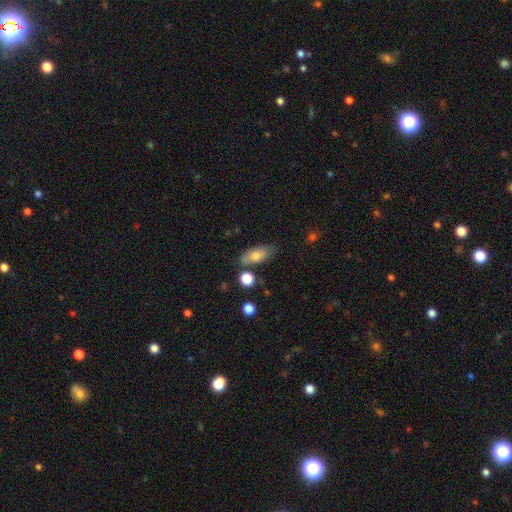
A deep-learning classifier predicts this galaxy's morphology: This is likely a smooth galaxy (73%). How rounded: clearly in between (82%). Merging: likely none (71%).